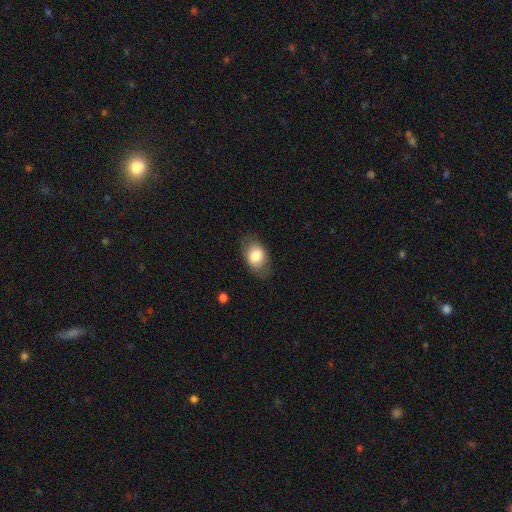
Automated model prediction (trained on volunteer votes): Overall: smooth (78%). How rounded: in between (82%). Merging: none (78%).